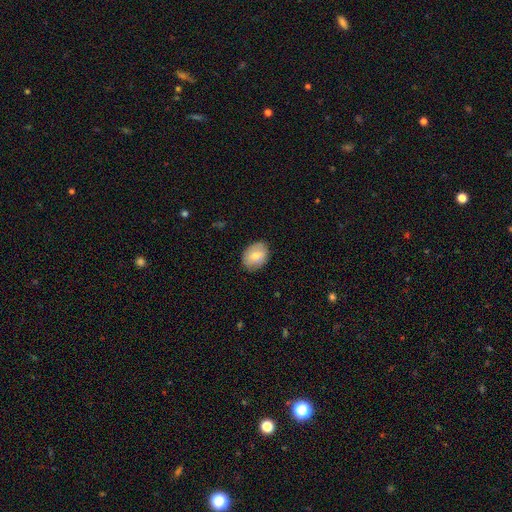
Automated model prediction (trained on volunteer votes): Q: Smooth or featured?
A: smooth (73%); runner-up: featured or disk (19%)
Q: How rounded?
A: in between (65%); runner-up: round (34%)
Q: Merging?
A: none (83%); runner-up: minor disturbance (13%)